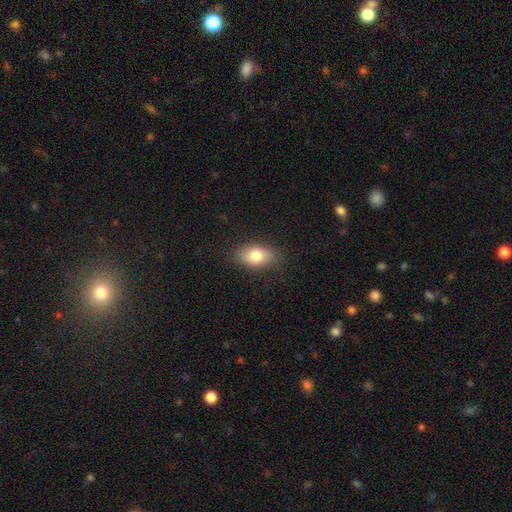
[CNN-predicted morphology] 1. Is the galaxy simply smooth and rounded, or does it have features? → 81% smooth, 12% featured or disk, 7% star or artifact.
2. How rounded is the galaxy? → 88% in between, 9% round, 3% cigar-shaped.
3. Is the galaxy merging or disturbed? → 83% none, 13% minor disturbance, 3% major disturbance, 1% merger.